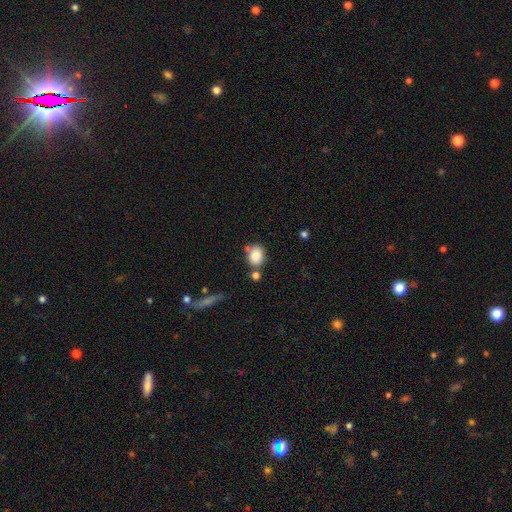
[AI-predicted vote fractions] smooth-or-featured: smooth: 84% | star or artifact: 9% | featured or disk: 7%
  how-rounded: in between: 59% | round: 40% | cigar-shaped: 1%
  merging: none: 63% | merger: 17% | minor disturbance: 16% | major disturbance: 4%